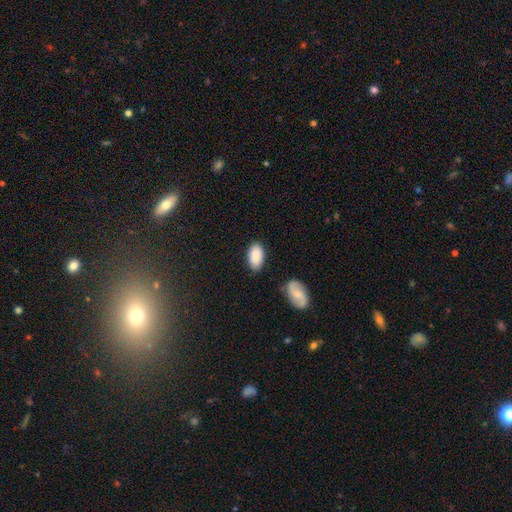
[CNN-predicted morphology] type=smooth (87%); roundness=in between (95%); merging=none (79%).